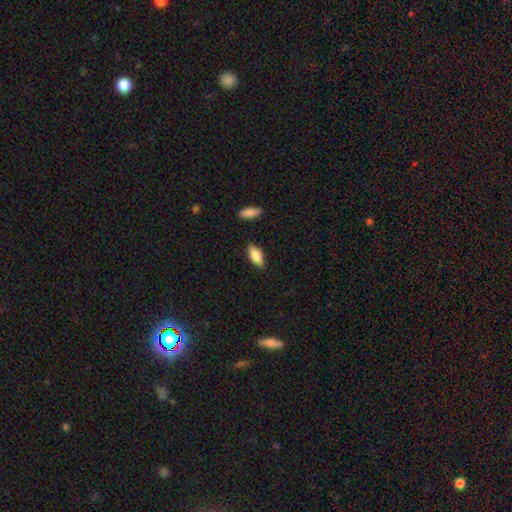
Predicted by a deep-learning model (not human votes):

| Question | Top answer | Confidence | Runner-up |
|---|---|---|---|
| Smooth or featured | smooth | 80% | featured or disk (14%) |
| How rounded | in between | 85% | cigar-shaped (12%) |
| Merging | none | 85% | minor disturbance (11%) |